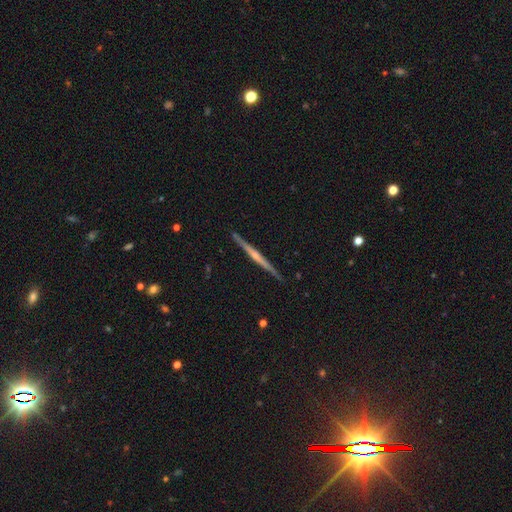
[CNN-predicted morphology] Overall: featured or disk (79%). Edge-on disk: yes (98%). Edge-on bulge: rounded (66%; none 27%). Merging: none (90%).